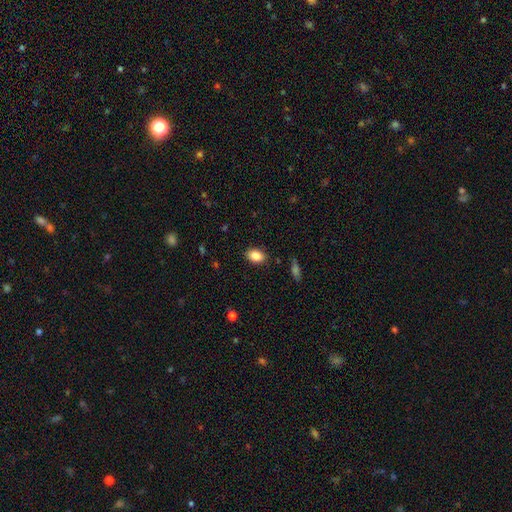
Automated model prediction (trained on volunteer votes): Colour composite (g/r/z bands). It shows a smooth galaxy with no disk features (86%) that is in between round and cigar-shaped (85%). Merging: none (87%).